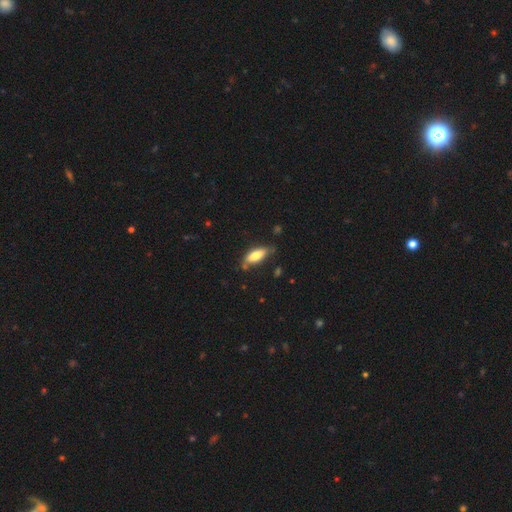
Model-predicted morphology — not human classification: The model was most divided on "how rounded": in between: 67%, cigar-shaped: 31%, round: 2%. More confident: smooth or featured — smooth (72%); merging — none (68%).